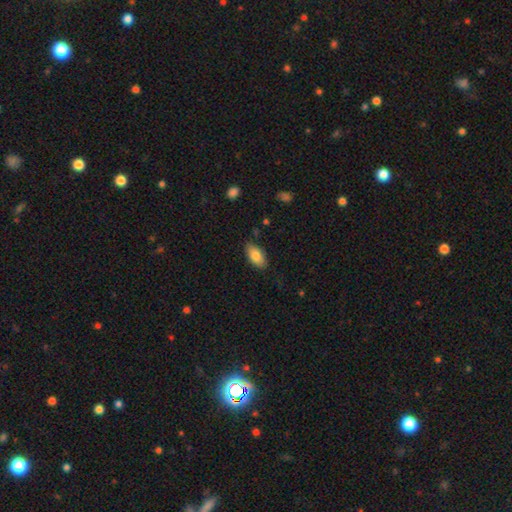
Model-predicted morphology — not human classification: smooth 82%, featured or disk 11%, star or artifact 7%. Down the decision tree: how rounded — in between (92%); merging — none (82%).